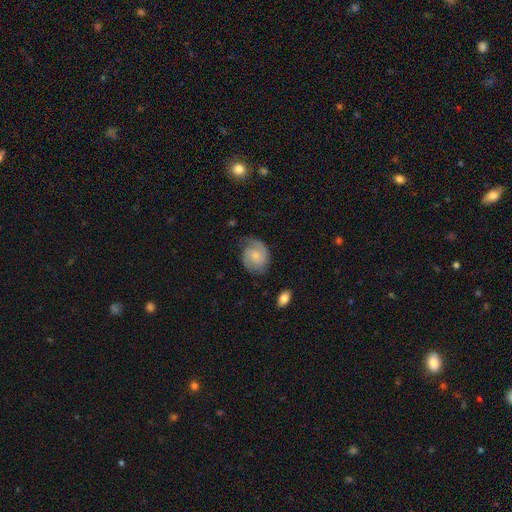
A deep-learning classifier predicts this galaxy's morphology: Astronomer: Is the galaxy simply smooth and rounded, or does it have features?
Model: featured or disk — 67%.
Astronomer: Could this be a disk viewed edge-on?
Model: no — 98%.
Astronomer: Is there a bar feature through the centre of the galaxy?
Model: no — 59% (runner-up: weak, 36%).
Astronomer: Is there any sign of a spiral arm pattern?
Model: yes — 94%.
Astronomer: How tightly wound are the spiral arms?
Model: medium — 43% (runner-up: tight, 41%).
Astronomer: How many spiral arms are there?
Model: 2 — 72%.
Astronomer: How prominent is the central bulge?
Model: small — 47% (runner-up: moderate, 39%).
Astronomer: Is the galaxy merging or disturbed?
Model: none — 66%.